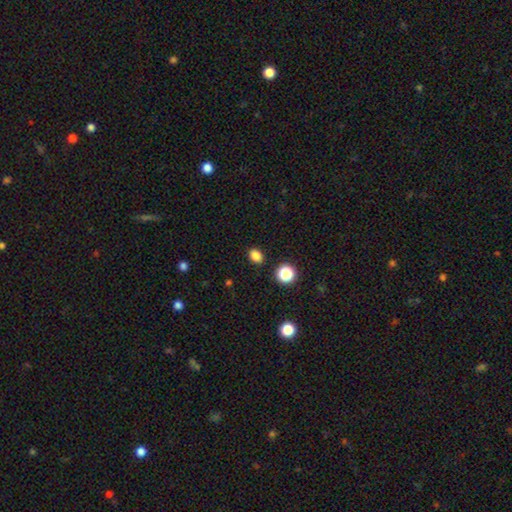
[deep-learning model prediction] Smooth or featured? Predicted: smooth (p=0.83). How rounded? Predicted: in between (p=0.64). Merging? Predicted: none (p=0.88).